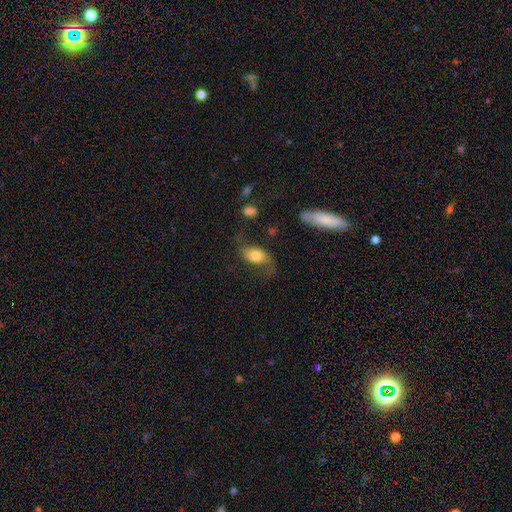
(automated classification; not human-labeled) A featured or disk galaxy (49%). Merging: none (54%).